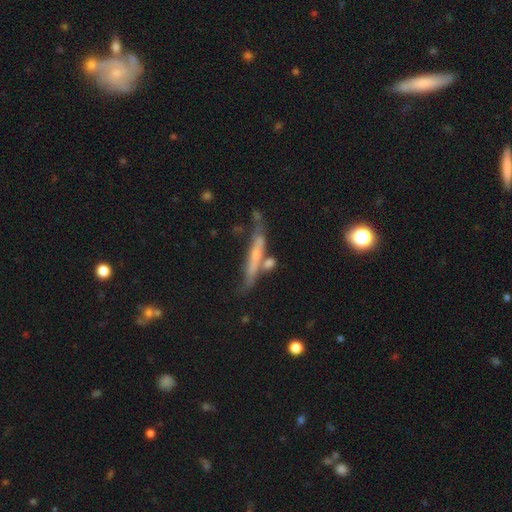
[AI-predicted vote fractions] smooth-or-featured: featured or disk: 53% | smooth: 38% | star or artifact: 8%
  disk-edge-on: yes: 85% | no: 15%
  merging: none: 56% | minor disturbance: 20% | merger: 17% | major disturbance: 8%